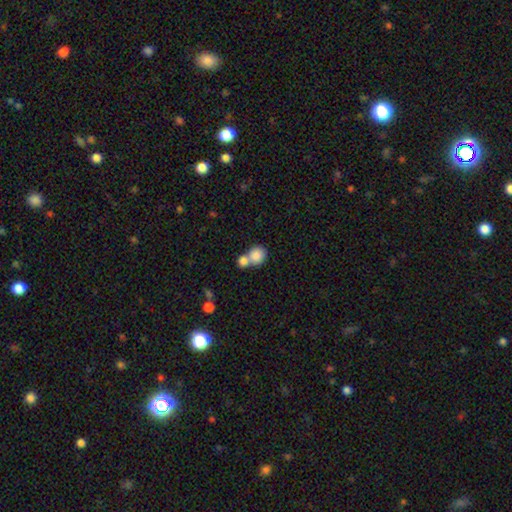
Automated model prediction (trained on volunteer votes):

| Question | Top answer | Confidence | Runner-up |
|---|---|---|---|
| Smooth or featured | smooth | 84% | featured or disk (8%) |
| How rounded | round | 79% | in between (20%) |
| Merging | merger | 56% | none (34%) |